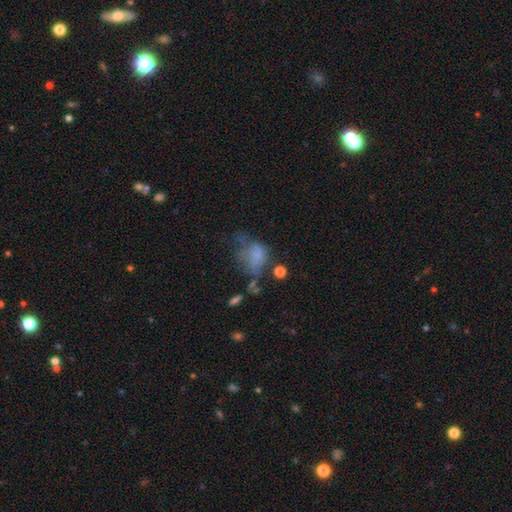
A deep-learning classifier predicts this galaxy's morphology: smooth-or-featured: smooth: 57% | featured or disk: 27% | star or artifact: 15%
  how-rounded: in between: 72% | round: 26% | cigar-shaped: 2%
  merging: major disturbance: 42% | none: 25% | minor disturbance: 23% | merger: 10%